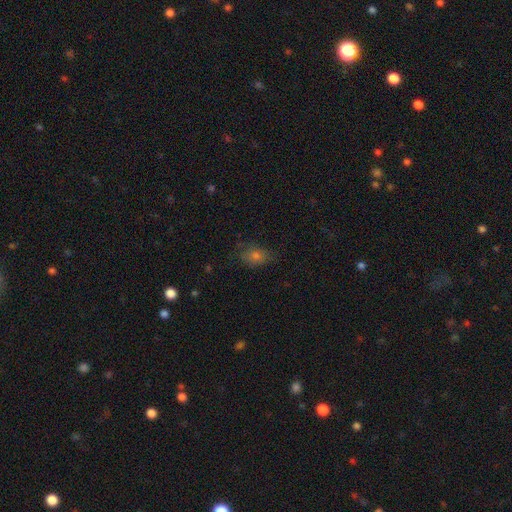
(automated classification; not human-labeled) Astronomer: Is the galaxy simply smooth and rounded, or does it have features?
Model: smooth — 67%.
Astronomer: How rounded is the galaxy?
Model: in between — 65%.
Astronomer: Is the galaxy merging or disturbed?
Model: none — 71%.